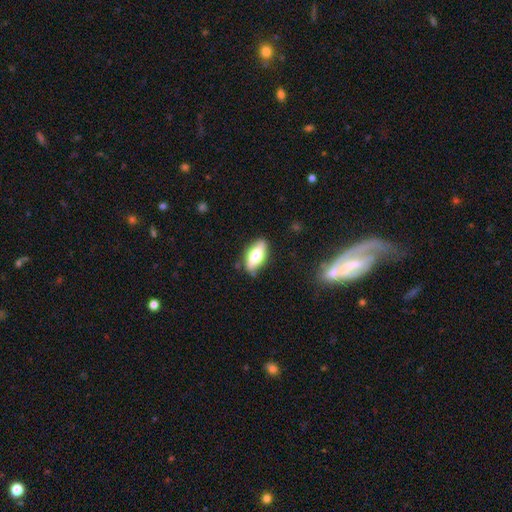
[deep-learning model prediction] Q: Smooth or featured?
A: smooth (59%); runner-up: featured or disk (34%)
Q: How rounded?
A: in between (79%); runner-up: cigar-shaped (17%)
Q: Merging?
A: none (82%); runner-up: minor disturbance (13%)